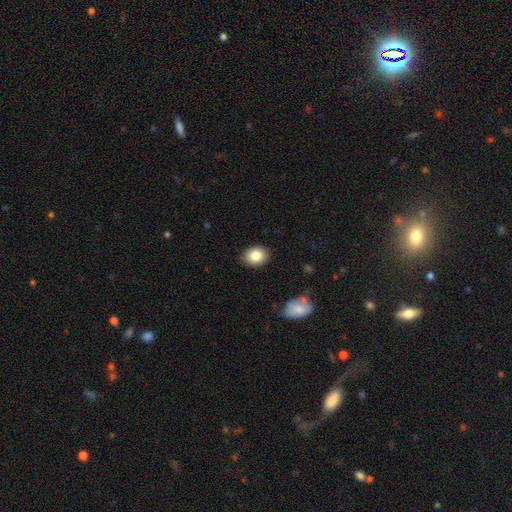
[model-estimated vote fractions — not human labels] Morphology: type=smooth (84%); roundness=in between (50%); merging=none (88%).